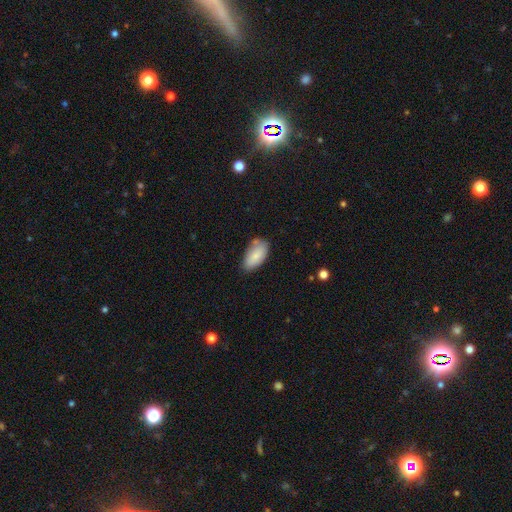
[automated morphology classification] A smooth galaxy with no disk features (83%) that is in between round and cigar-shaped (94%).

Vote fractions:
- Smooth or featured? smooth: 83% / featured or disk: 10% / star or artifact: 7%
- How rounded? in between: 94% / cigar-shaped: 4% / round: 3%
- Merging? none: 65% / minor disturbance: 25% / merger: 5% / major disturbance: 5%